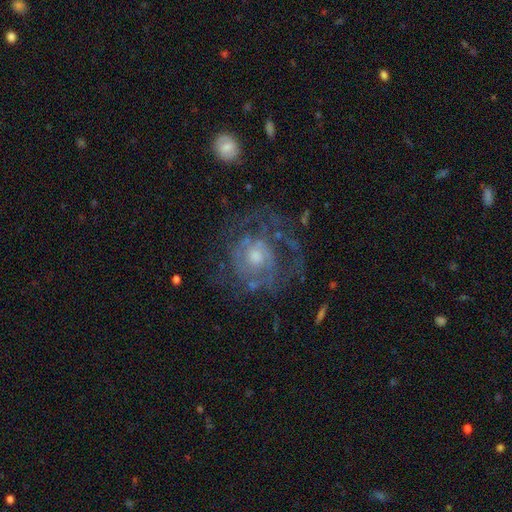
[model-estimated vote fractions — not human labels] Smooth or featured? Predicted: featured or disk (p=0.73). Edge-on disk? Predicted: no (p=0.97). Bar? Predicted: no (p=0.81). Spiral arms? Predicted: yes (p=0.70). Spiral winding? Predicted: tight (p=0.54). Spiral arm count? Predicted: can't tell (p=0.48). Bulge size? Predicted: moderate (p=0.57). Merging? Predicted: none (p=0.58).